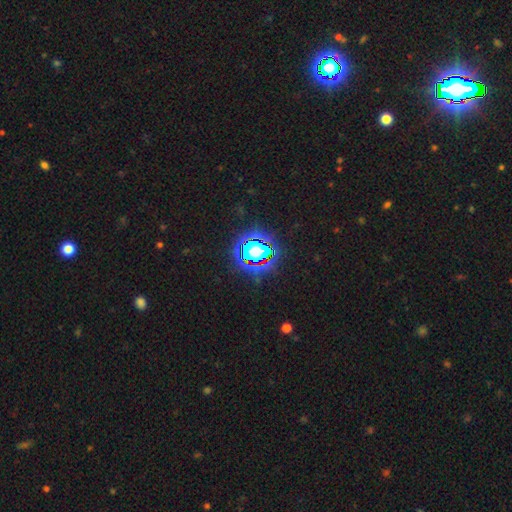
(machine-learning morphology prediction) Overall: star or artifact (82%).